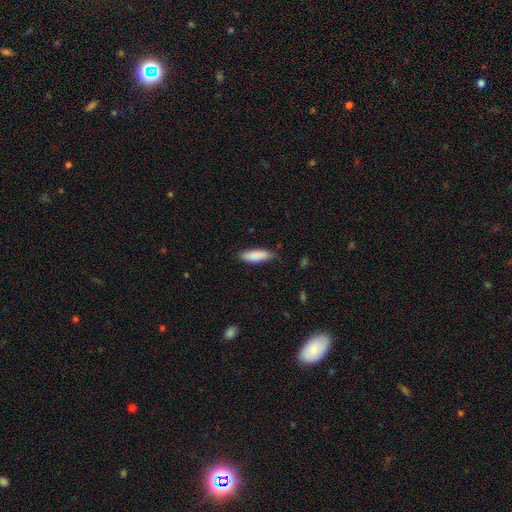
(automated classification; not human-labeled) A smooth galaxy with no disk features (87%) that is in between round and cigar-shaped (59%). Merging: none (72%).